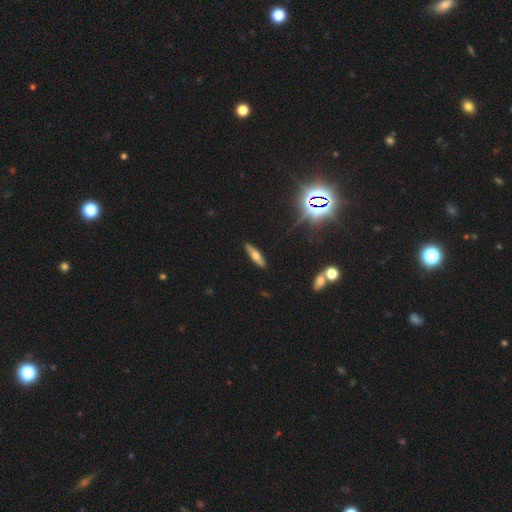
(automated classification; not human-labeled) This is possibly a featured or disk galaxy (45%, tied with smooth). Merging: clearly none (89%).